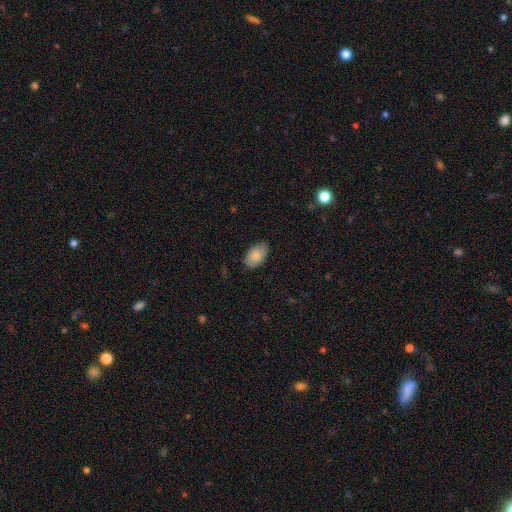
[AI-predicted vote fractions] smooth_or_featured: smooth (p=0.85) [alt: featured or disk p=0.08]
how_rounded: in between (p=0.94) [alt: round p=0.05]
merging: none (p=0.81) [alt: minor disturbance p=0.15]